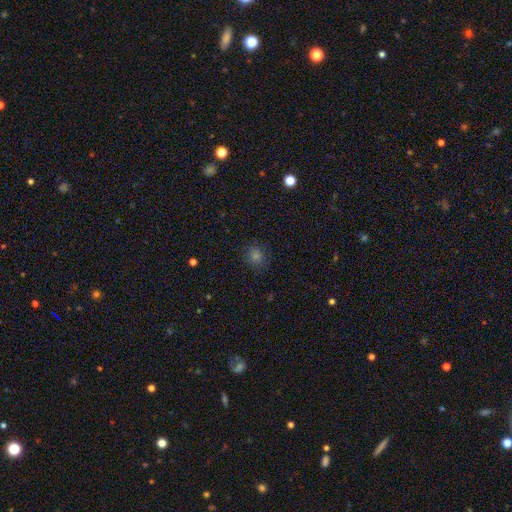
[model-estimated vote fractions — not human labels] Smooth or featured? smooth (66%)
How rounded? round (89%)
Merging? none (88%)